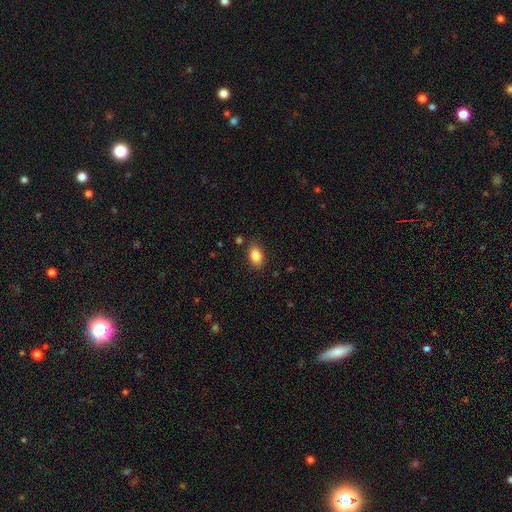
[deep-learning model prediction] The model was most divided on "merging": none: 83%, minor disturbance: 12%, major disturbance: 3%, merger: 2%. More confident: how rounded — in between (86%); smooth or featured — smooth (85%).